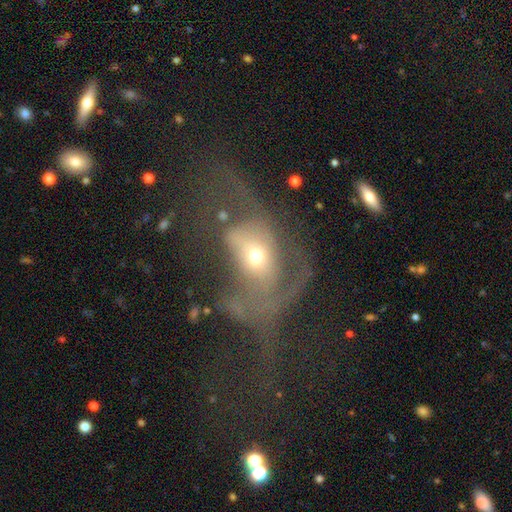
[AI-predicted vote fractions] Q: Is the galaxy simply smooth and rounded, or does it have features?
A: featured or disk — 56%.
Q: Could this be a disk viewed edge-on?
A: no — 94%.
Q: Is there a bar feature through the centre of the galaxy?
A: no — 74%.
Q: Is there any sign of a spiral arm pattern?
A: no — 60%.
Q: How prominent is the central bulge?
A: moderate — 49%.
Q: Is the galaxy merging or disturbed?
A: major disturbance — 64%.